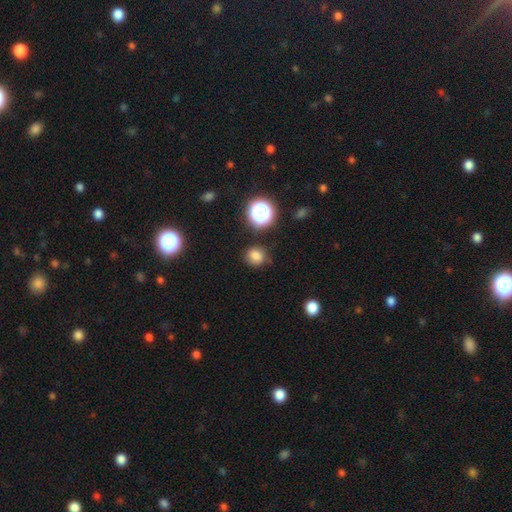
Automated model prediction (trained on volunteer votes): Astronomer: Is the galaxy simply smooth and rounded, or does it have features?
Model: smooth — 78%.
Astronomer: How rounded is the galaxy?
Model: round — 78%.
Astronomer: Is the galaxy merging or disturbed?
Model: none — 79%.